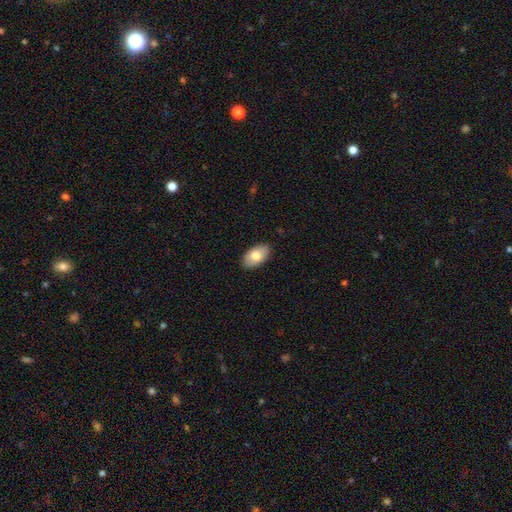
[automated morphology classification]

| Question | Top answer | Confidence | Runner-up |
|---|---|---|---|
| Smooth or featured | smooth | 76% | featured or disk (17%) |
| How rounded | in between | 94% | round (4%) |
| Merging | none | 88% | minor disturbance (10%) |